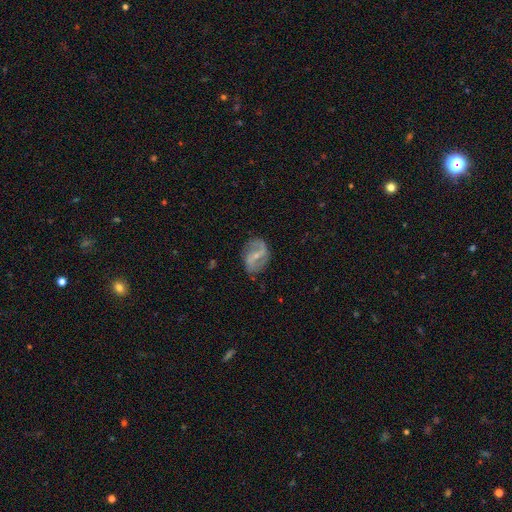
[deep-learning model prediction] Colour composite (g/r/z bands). It shows a featured or disk galaxy (77%) with a strong bar (43%), 2 (88%) loose (51%) spiral arms (86%) and a small central bulge (65%). Merging: none (76%).